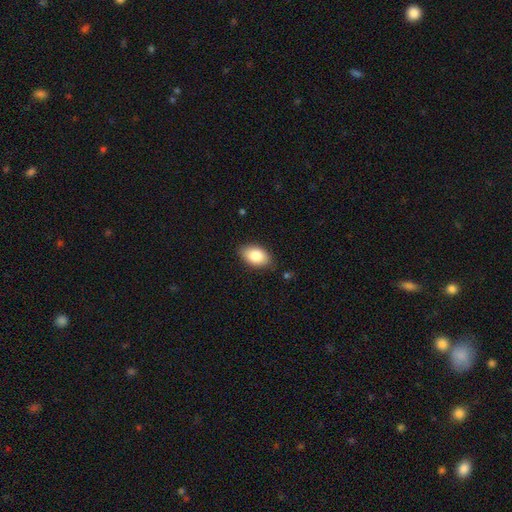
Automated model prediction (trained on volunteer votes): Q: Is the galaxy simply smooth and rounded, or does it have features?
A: smooth — 84%.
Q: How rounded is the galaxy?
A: in between — 92%.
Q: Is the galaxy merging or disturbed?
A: none — 84%.